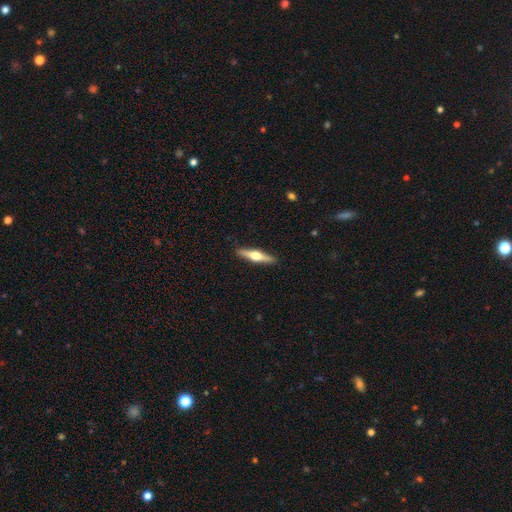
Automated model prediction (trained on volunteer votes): Smooth or featured? featured or disk (68%)
Edge-on disk? yes (97%)
Edge-on bulge? rounded (95%)
Merging? none (91%)